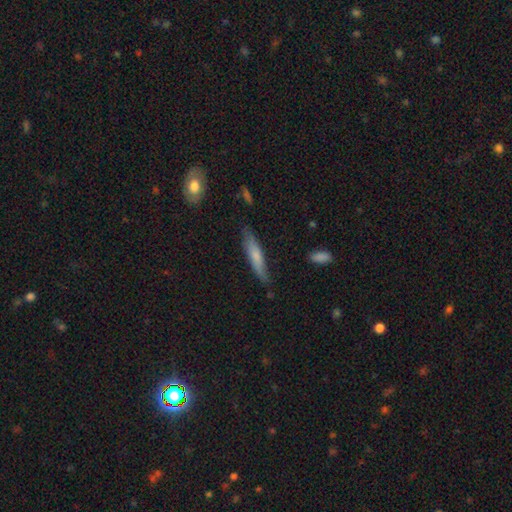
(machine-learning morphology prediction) Smooth or featured? smooth (65%)
How rounded? cigar-shaped (87%)
Merging? none (77%)